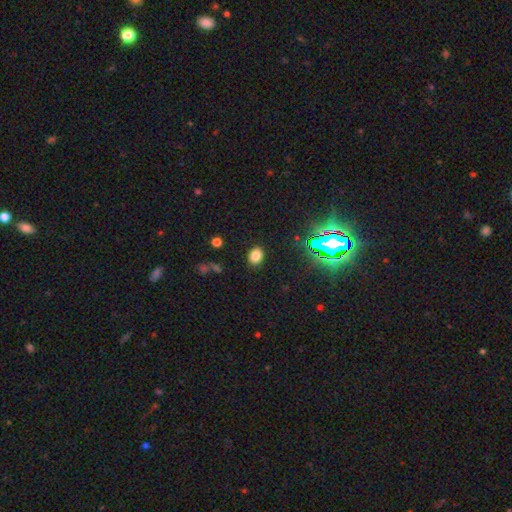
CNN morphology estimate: Q: Smooth or featured?
A: smooth (76%); runner-up: star or artifact (18%)
Q: How rounded?
A: in between (60%); runner-up: round (39%)
Q: Merging?
A: none (88%); runner-up: minor disturbance (8%)